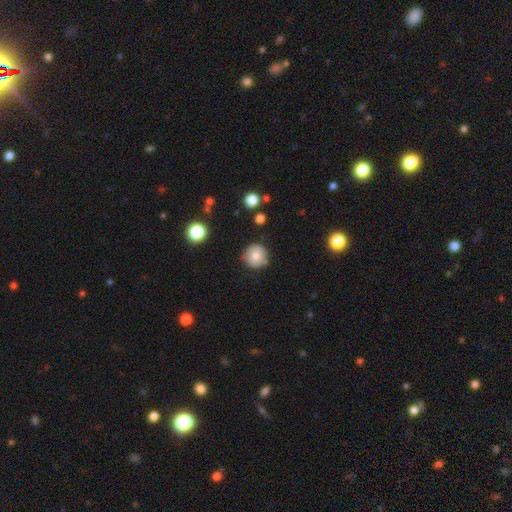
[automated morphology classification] Q: Smooth or featured?
A: smooth (78%); runner-up: featured or disk (12%)
Q: How rounded?
A: round (94%); runner-up: in between (5%)
Q: Merging?
A: none (82%); runner-up: minor disturbance (13%)